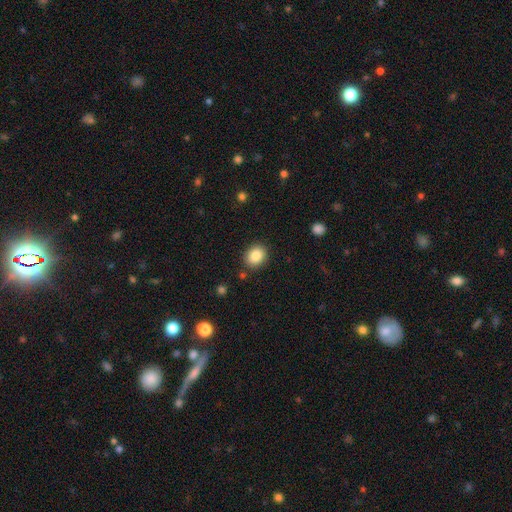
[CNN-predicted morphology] Q: Smooth or featured?
A: smooth (86%); runner-up: star or artifact (9%)
Q: How rounded?
A: round (55%); runner-up: in between (44%)
Q: Merging?
A: none (87%); runner-up: minor disturbance (8%)